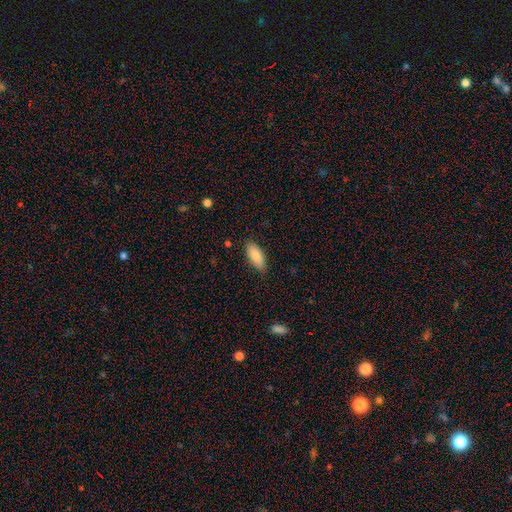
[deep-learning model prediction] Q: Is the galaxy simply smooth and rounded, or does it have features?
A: smooth — 86%.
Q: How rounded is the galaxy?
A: in between — 83%.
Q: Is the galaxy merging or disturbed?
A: none — 84%.